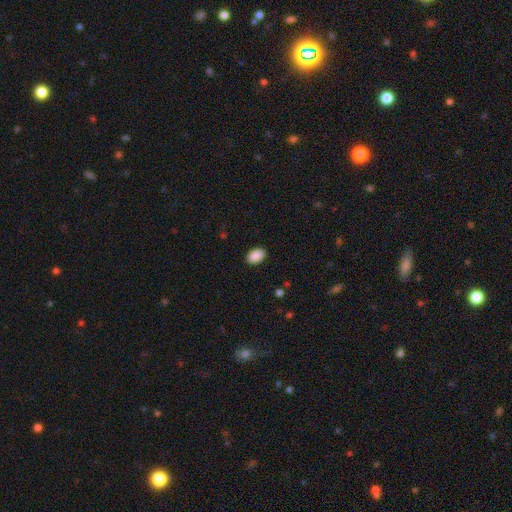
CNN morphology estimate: Q: Smooth or featured?
A: smooth (90%); runner-up: star or artifact (7%)
Q: How rounded?
A: in between (86%); runner-up: round (13%)
Q: Merging?
A: none (90%); runner-up: minor disturbance (8%)